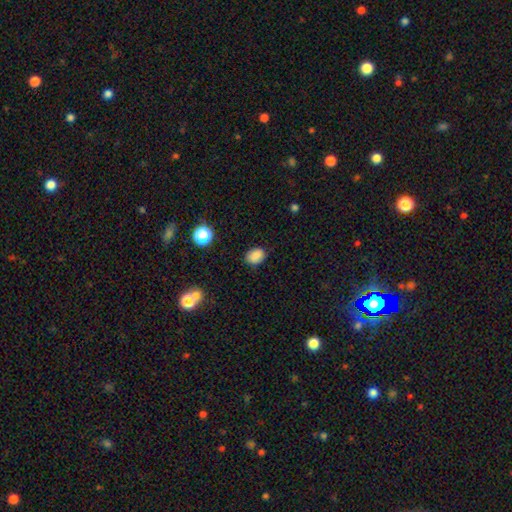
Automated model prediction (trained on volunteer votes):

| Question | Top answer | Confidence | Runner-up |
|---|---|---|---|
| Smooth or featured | smooth | 85% | star or artifact (11%) |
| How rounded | in between | 65% | round (34%) |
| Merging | none | 81% | minor disturbance (14%) |